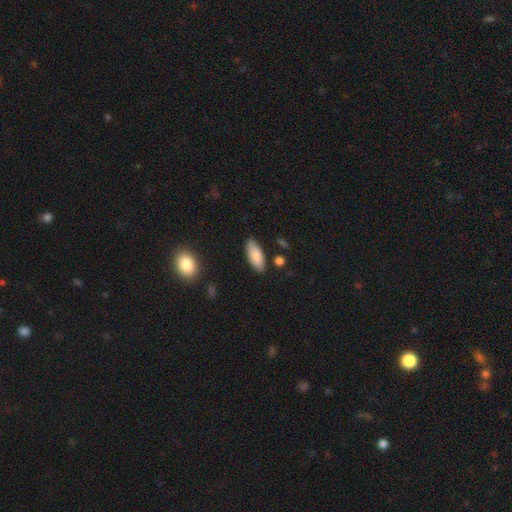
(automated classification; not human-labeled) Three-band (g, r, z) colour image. It shows a smooth galaxy with no disk features (85%) that is in between round and cigar-shaped (83%). Merging: none (83%).